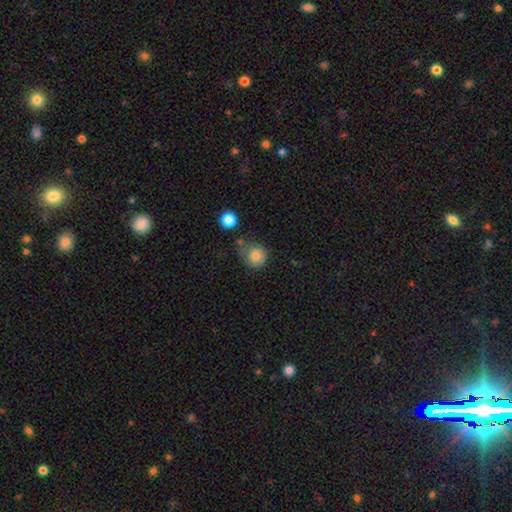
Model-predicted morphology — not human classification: This is clearly a smooth galaxy (82%). How rounded: clearly round (85%). Merging: possibly none (58%).